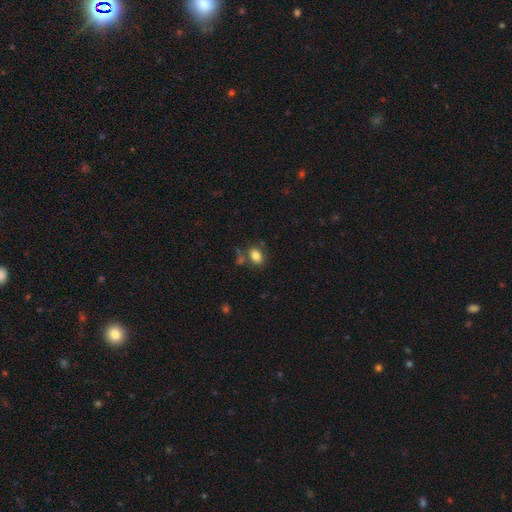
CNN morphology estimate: Overall: smooth (81%). How rounded: in between (69%; round 30%). Merging: none (68%).